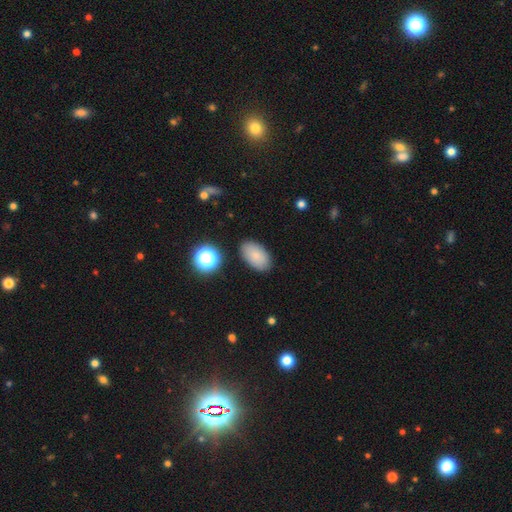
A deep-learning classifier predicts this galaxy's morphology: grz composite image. It shows a smooth galaxy with no disk features (83%) that is in between round and cigar-shaped (93%). Merging: none (86%).